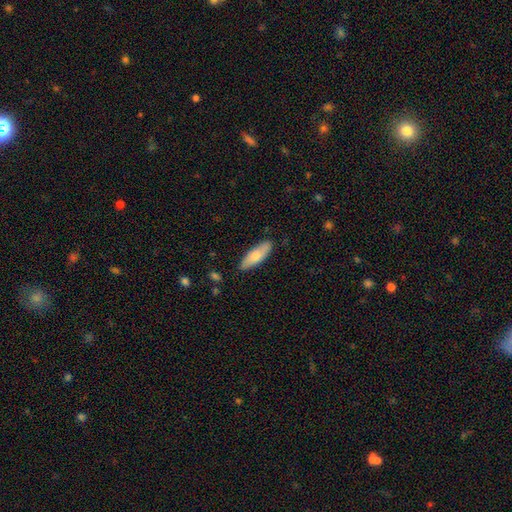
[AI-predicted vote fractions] Q: Smooth or featured?
A: smooth (76%); runner-up: featured or disk (18%)
Q: How rounded?
A: in between (59%); runner-up: cigar-shaped (39%)
Q: Merging?
A: none (86%); runner-up: minor disturbance (11%)